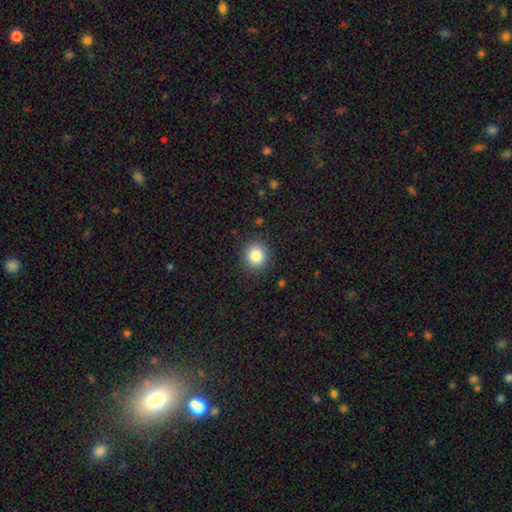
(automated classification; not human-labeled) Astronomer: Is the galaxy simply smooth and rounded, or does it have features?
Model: smooth — 84%.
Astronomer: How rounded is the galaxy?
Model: round — 87%.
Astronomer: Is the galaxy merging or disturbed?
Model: none — 90%.